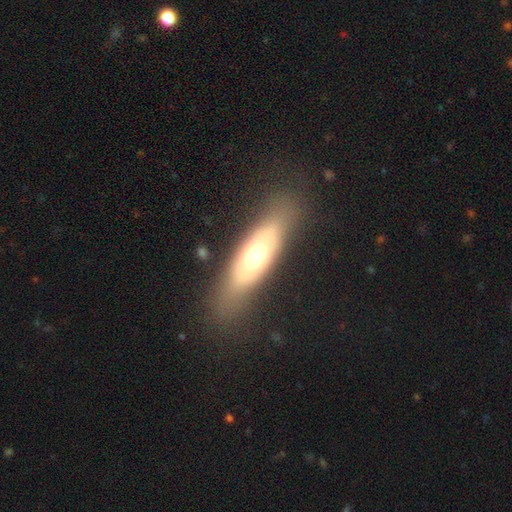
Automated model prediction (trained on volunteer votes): The model was most divided on "smooth or featured": smooth: 48%, featured or disk: 45%, star or artifact: 7%. More confident: merging — none (78%).